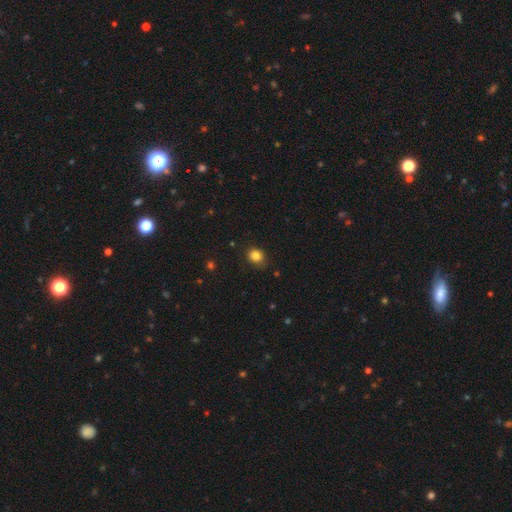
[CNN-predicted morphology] The model was most divided on "how rounded": round: 69%, in between: 30%, cigar-shaped: 1%. More confident: smooth or featured — smooth (84%); merging — none (79%).